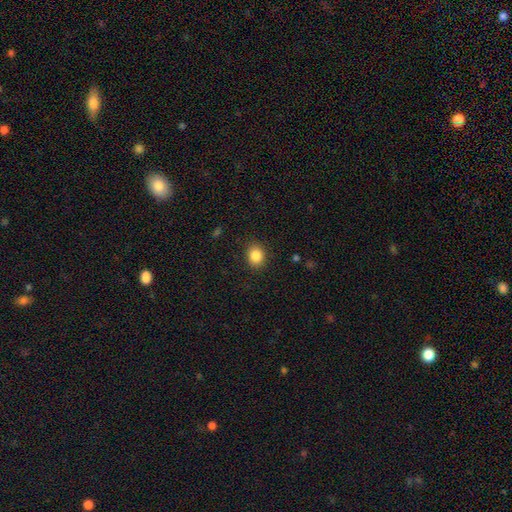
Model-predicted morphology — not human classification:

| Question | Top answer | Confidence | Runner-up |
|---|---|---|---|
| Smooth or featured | smooth | 86% | star or artifact (10%) |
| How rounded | round | 63% | in between (36%) |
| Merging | none | 88% | minor disturbance (8%) |